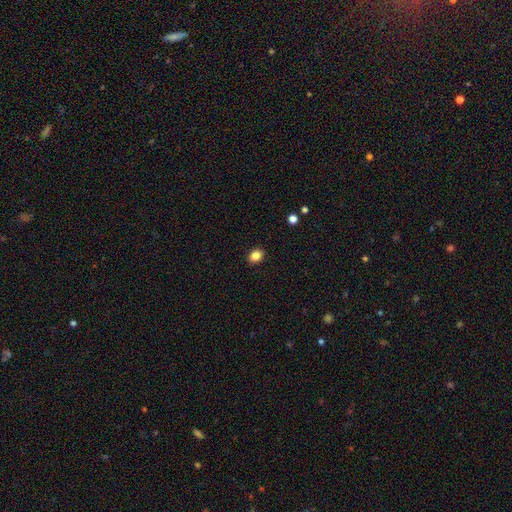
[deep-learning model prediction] smooth-or-featured: smooth: 84% | star or artifact: 10% | featured or disk: 6%
  how-rounded: in between: 60% | round: 39% | cigar-shaped: 1%
  merging: none: 90% | minor disturbance: 7% | major disturbance: 2% | merger: 1%